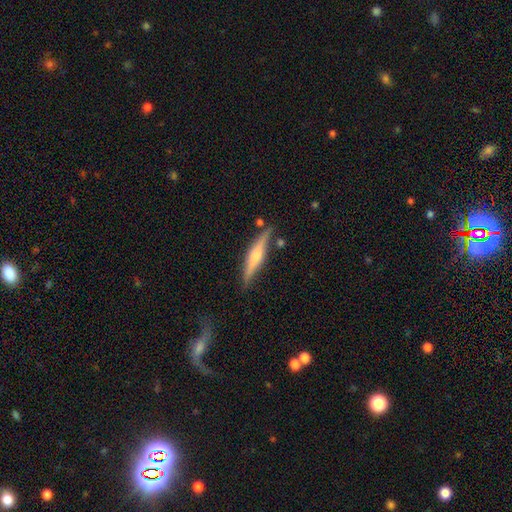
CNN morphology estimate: Overall: featured or disk (66%; smooth 28%). Edge-on disk: yes (96%). Edge-on bulge: rounded (85%). Merging: none (82%).